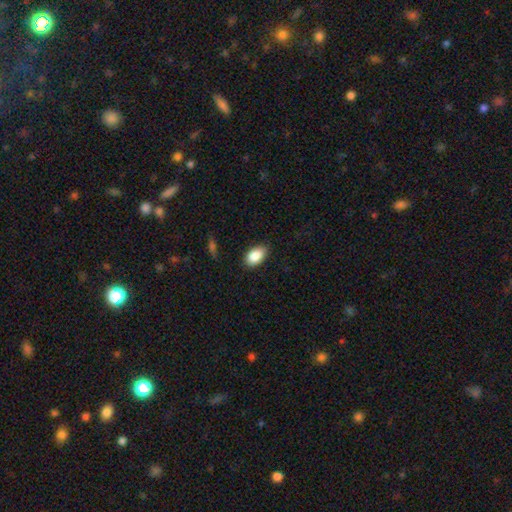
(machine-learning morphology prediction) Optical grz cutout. It shows a smooth galaxy with no disk features (88%) that is in between round and cigar-shaped (91%). Merging: none (83%).